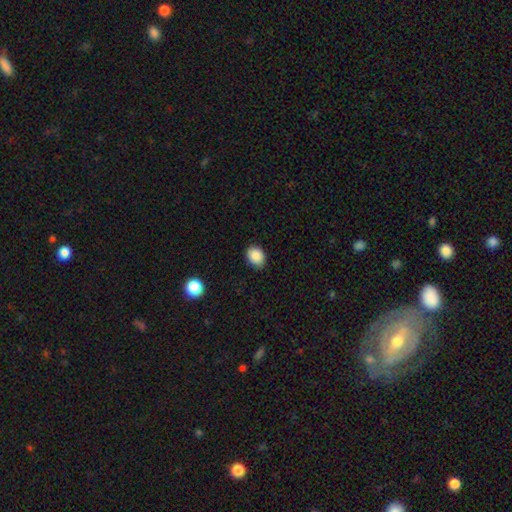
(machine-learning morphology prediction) A smooth galaxy with no disk features (87%) that is in between round and cigar-shaped (63%).

Vote fractions:
- Smooth or featured? smooth: 87% / star or artifact: 8% / featured or disk: 4%
- How rounded? in between: 63% / round: 36% / cigar-shaped: 1%
- Merging? none: 85% / minor disturbance: 12% / major disturbance: 2% / merger: 1%